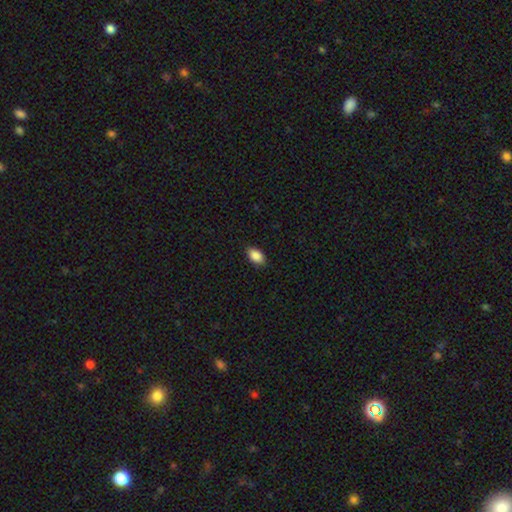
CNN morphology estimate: Smooth or featured: smooth — 88% (star or artifact — 7%)
How rounded: in between — 91% (round — 6%)
Merging: none — 87% (minor disturbance — 10%)